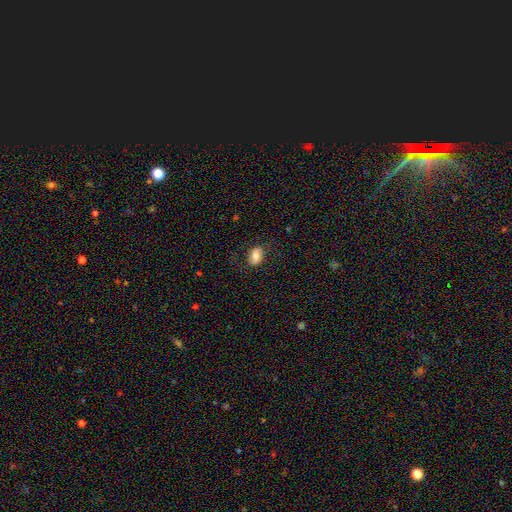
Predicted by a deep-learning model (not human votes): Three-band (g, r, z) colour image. It shows a smooth galaxy with no disk features (70%) that is in between round and cigar-shaped (84%). Merging: none (73%).